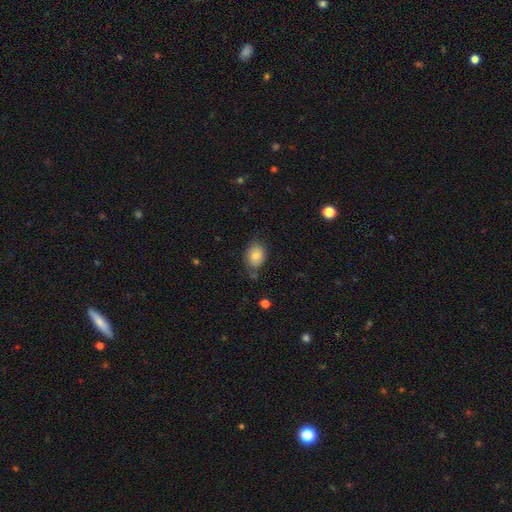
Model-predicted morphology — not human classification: The model was most divided on "how rounded": in between: 66%, round: 33%, cigar-shaped: 1%. More confident: smooth or featured — smooth (73%); merging — none (61%).